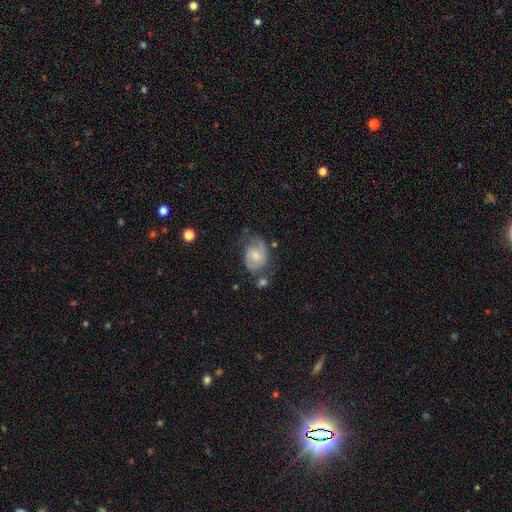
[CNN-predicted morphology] The model was most divided on "spiral winding": medium: 45%, tight: 32%, loose: 23%. More confident: edge-on disk — no (97%); spiral arms — yes (88%); spiral arm count — 2 (68%); smooth or featured — featured or disk (62%); bar — no (60%); bulge size — small (55%); merging — none (51%).